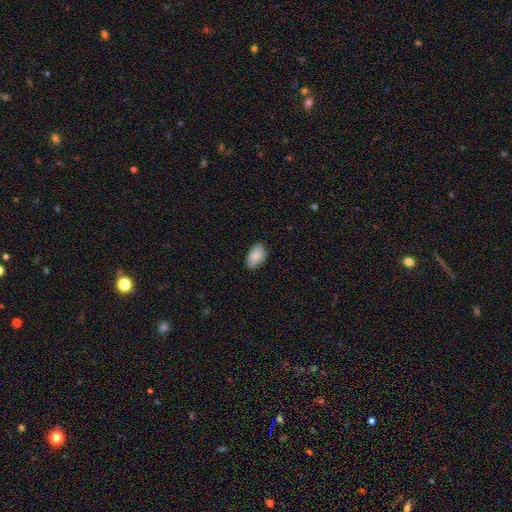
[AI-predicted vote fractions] A smooth galaxy with no disk features (84%) that is in between round and cigar-shaped (92%). Merging: none (77%).